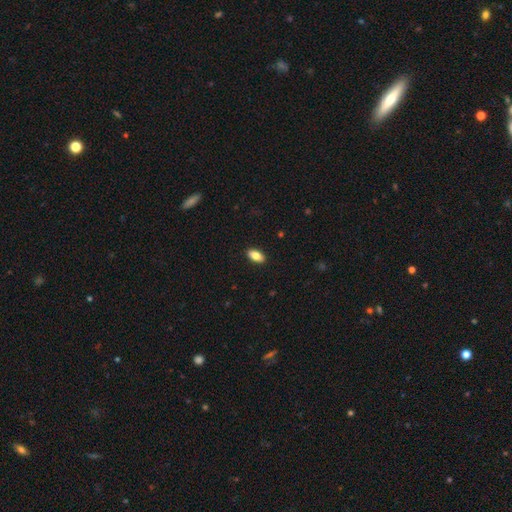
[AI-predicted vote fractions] A smooth galaxy with no disk features (81%) that is in between round and cigar-shaped (90%).

Vote fractions:
- Smooth or featured? smooth: 81% / featured or disk: 12% / star or artifact: 7%
- How rounded? in between: 90% / cigar-shaped: 7% / round: 4%
- Merging? none: 90% / minor disturbance: 7% / major disturbance: 2% / merger: 1%